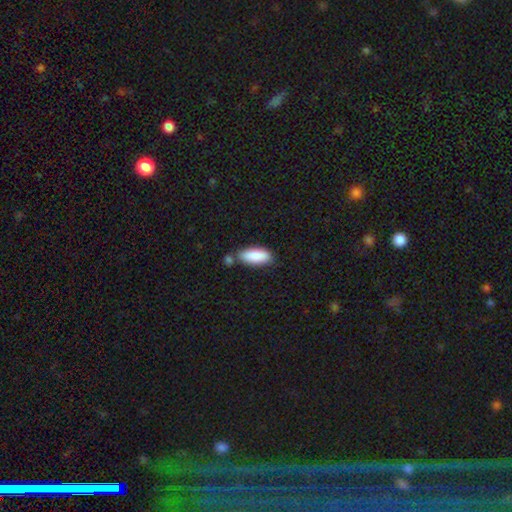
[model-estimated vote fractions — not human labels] Overall: smooth (87%). How rounded: in between (79%). Merging: none (65%).